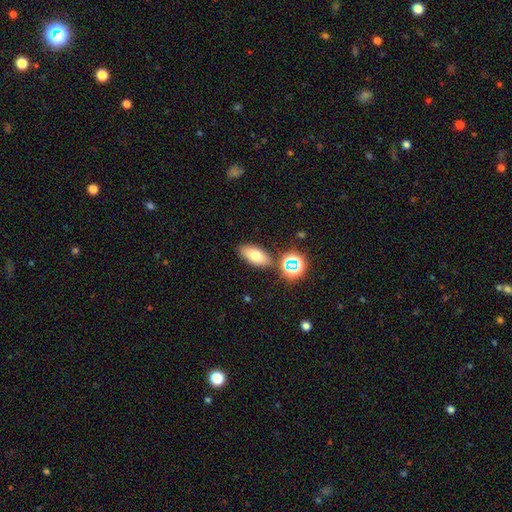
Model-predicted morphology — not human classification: A smooth galaxy with no disk features (72%) that is in between round and cigar-shaped (85%).

Vote fractions:
- Smooth or featured? smooth: 72% / featured or disk: 14% / star or artifact: 14%
- How rounded? in between: 85% / round: 8% / cigar-shaped: 7%
- Merging? none: 81% / minor disturbance: 10% / merger: 6% / major disturbance: 3%